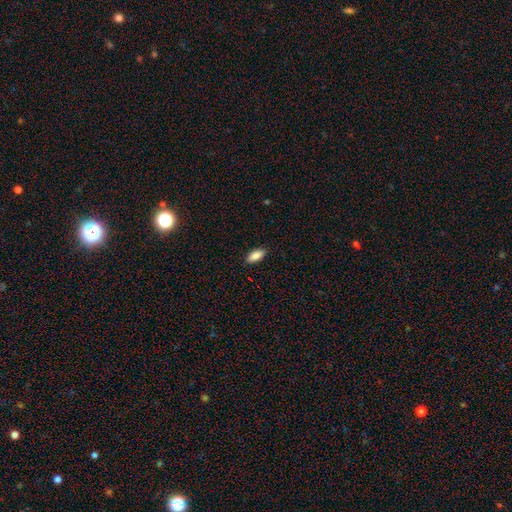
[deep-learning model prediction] A smooth galaxy with no disk features (88%) that is in between round and cigar-shaped (87%).

Vote fractions:
- Smooth or featured? smooth: 88% / star or artifact: 7% / featured or disk: 5%
- How rounded? in between: 87% / cigar-shaped: 11% / round: 2%
- Merging? none: 89% / minor disturbance: 9% / major disturbance: 2% / merger: 1%